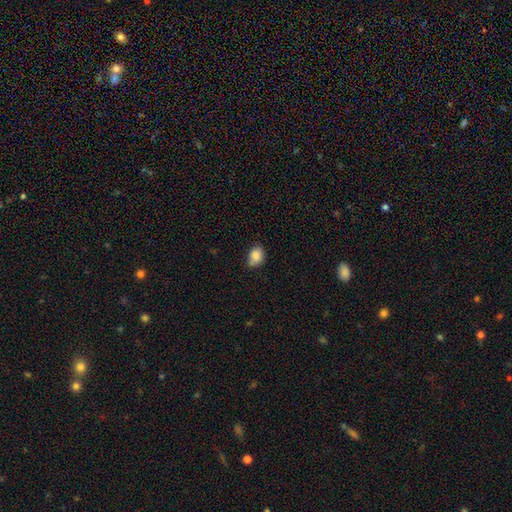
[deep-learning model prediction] Smooth or featured? smooth (86%)
How rounded? in between (65%)
Merging? none (63%)